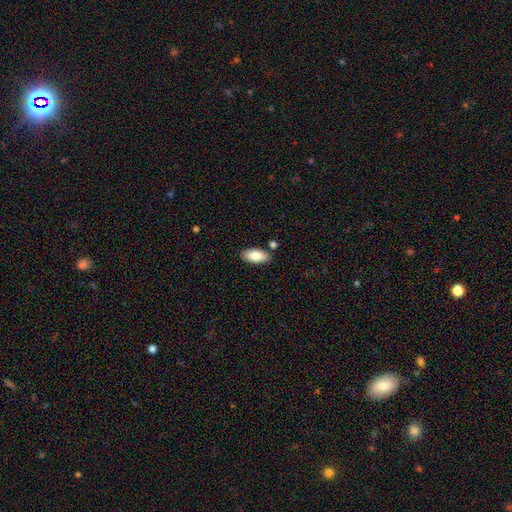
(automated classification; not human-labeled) smooth_or_featured: smooth (p=0.83) [alt: featured or disk p=0.11]
how_rounded: in between (p=0.93) [alt: cigar-shaped p=0.05]
merging: none (p=0.83) [alt: minor disturbance p=0.10]